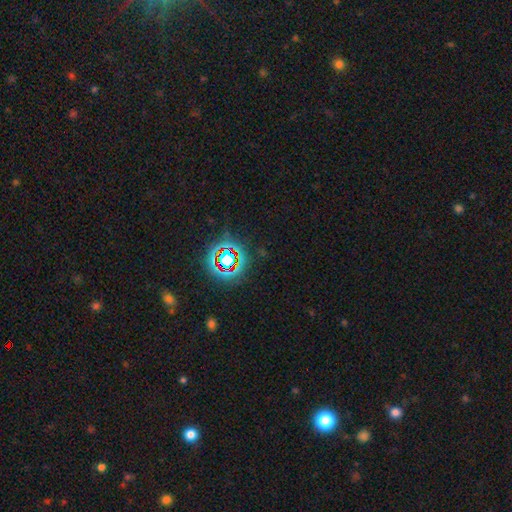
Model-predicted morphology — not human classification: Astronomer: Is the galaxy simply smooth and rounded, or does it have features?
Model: star or artifact — 78%.